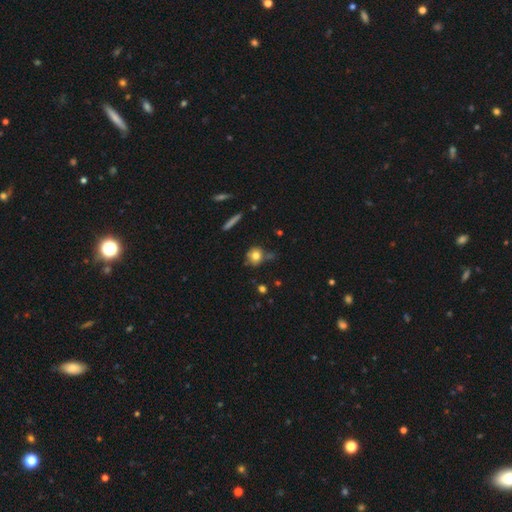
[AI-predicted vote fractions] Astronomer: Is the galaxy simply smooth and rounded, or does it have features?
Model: smooth — 76%.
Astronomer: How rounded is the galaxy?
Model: round — 82%.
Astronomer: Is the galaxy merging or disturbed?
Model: none — 65%.